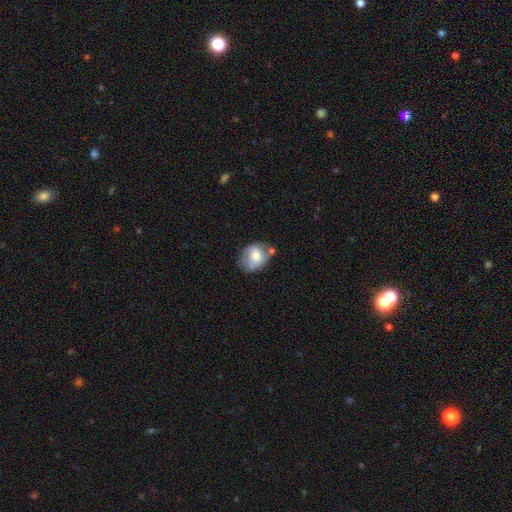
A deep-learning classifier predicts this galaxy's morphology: Smooth or featured? smooth (59%)
How rounded? in between (54%)
Merging? none (48%)